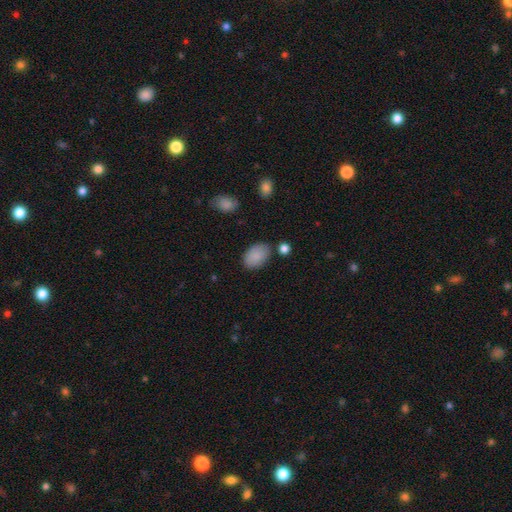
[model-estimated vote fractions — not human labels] smooth 88%, star or artifact 7%, featured or disk 5%. Down the decision tree: how rounded — in between (89%); merging — none (78%).